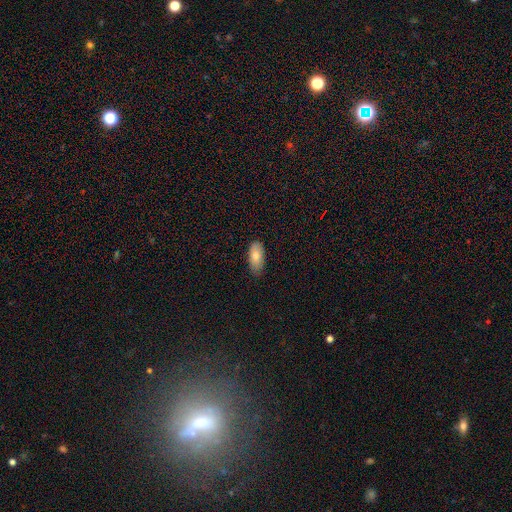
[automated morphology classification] Smooth or featured: smooth — 80% (featured or disk — 14%)
How rounded: in between — 89% (cigar-shaped — 9%)
Merging: none — 79% (minor disturbance — 18%)